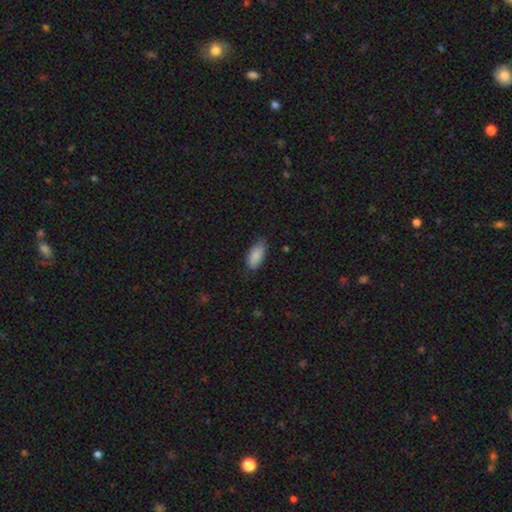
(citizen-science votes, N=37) Overall: smooth (92%). How rounded: in between (88%). Merging: none (56%; minor disturbance 28%).